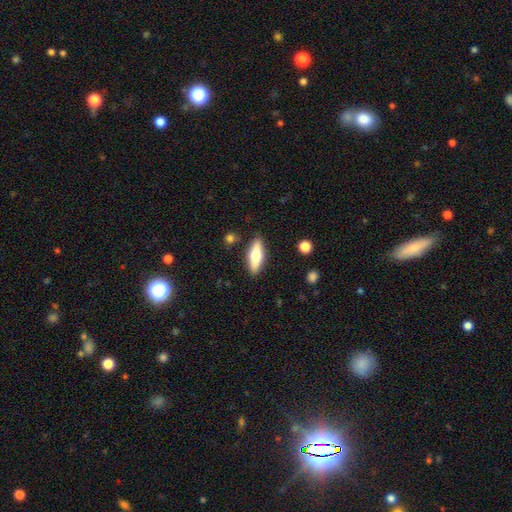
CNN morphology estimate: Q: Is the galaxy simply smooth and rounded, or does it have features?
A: smooth — 59%.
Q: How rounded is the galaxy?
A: in between — 51%.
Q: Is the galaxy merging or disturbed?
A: none — 87%.